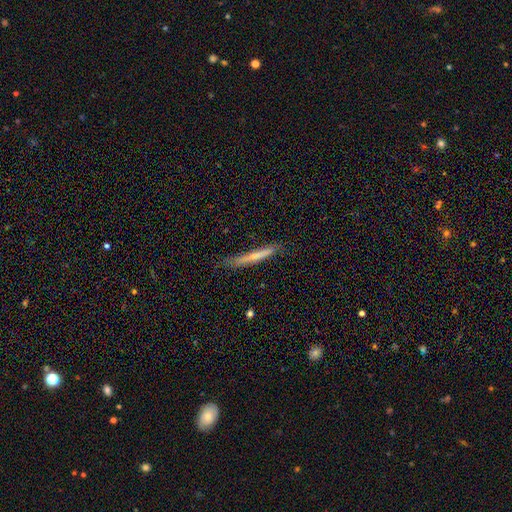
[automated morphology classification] type=smooth (52%); roundness=cigar-shaped (95%); merging=none (75%).